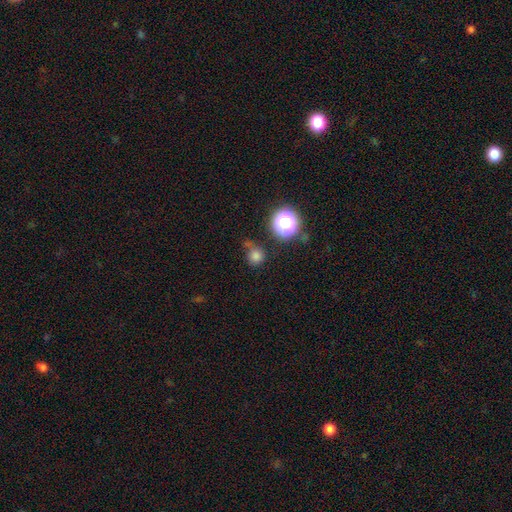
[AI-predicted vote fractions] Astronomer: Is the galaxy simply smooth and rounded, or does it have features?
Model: smooth — 76%.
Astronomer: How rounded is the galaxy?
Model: round — 88%.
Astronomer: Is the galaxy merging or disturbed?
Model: none — 61%.